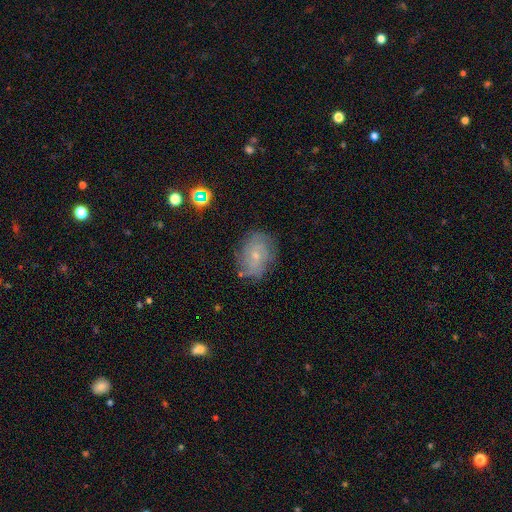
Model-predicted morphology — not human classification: This is likely a featured or disk galaxy (64%). It is clearly not viewed edge-on (97%). Bar: likely no (70%). Spiral arm pattern: clearly yes (85%). Spiral arm count: possibly can't tell (52%). Spiral winding: possibly tight (56%). Central bulge: likely small (74%). Merging: likely none (75%).